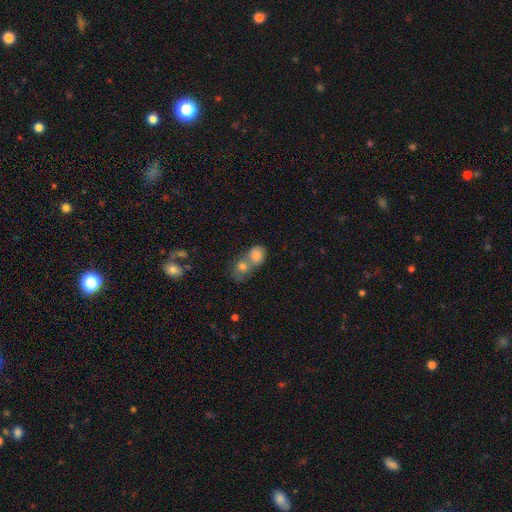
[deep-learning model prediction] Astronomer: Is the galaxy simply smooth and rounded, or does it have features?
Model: smooth — 79%.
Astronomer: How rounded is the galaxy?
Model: round — 63%.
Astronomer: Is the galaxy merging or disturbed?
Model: merger — 68%.